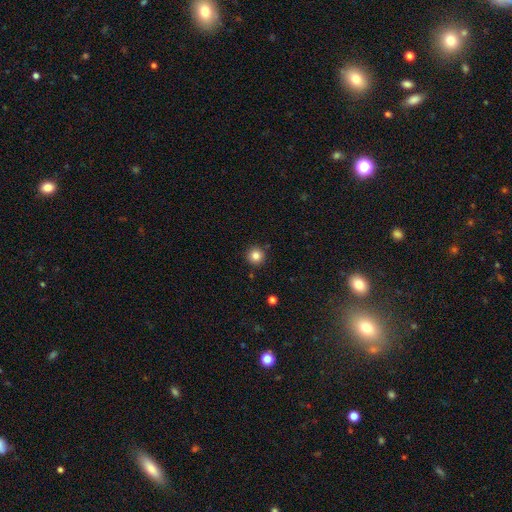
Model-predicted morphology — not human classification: Smooth or featured? Predicted: smooth (p=0.83). How rounded? Predicted: round (p=0.96). Merging? Predicted: none (p=0.91).